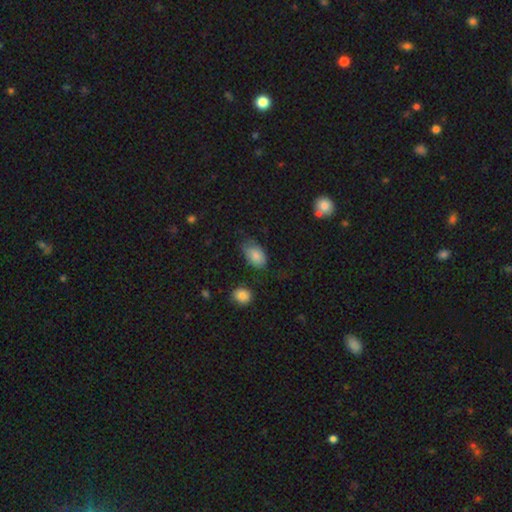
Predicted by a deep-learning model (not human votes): A smooth galaxy with no disk features (83%) that is in between round and cigar-shaped (89%). Merging: none (55%).